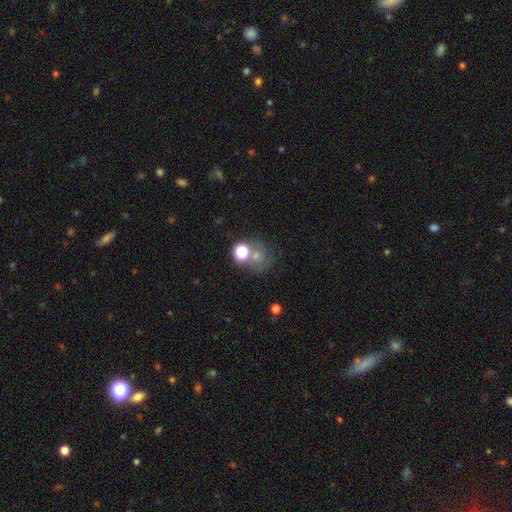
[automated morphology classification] smooth 46%, star or artifact 35%, featured or disk 19%. Down the decision tree: merging — none (52%).